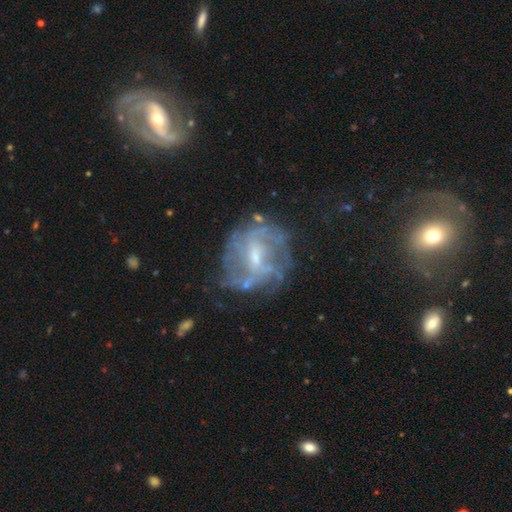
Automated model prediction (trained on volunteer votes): smooth_or_featured: featured or disk (p=0.76) [alt: smooth p=0.14]
disk_edge_on: no (p=0.97) [alt: yes p=0.03]
bar: weak (p=0.54) [alt: no p=0.27]
has_spiral_arms: yes (p=0.72) [alt: no p=0.28]
spiral_winding: tight (p=0.40) [alt: medium p=0.38]
spiral_arm_count: can't tell (p=0.49) [alt: 2 p=0.25]
bulge_size: small (p=0.54) [alt: moderate p=0.36]
merging: none (p=0.60) [alt: minor disturbance p=0.20]